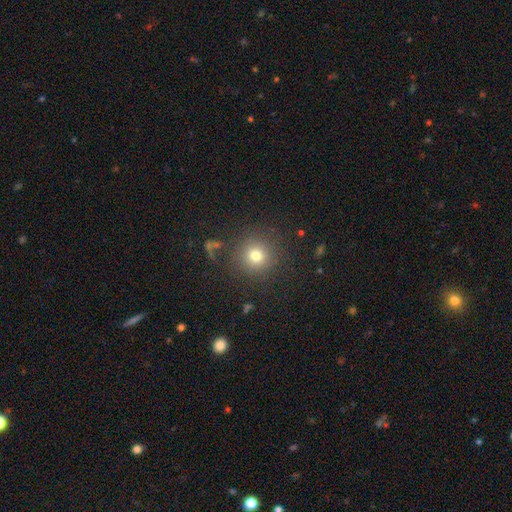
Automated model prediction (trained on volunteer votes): smooth_or_featured: smooth (p=0.75) [alt: star or artifact p=0.16]
how_rounded: round (p=0.93) [alt: in between p=0.06]
merging: none (p=0.85) [alt: minor disturbance p=0.08]